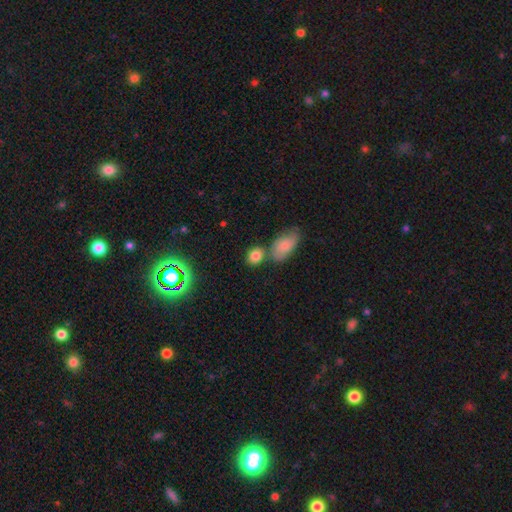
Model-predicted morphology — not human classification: A smooth galaxy with no disk features (82%) that is in between round and cigar-shaped (50%).

Vote fractions:
- Smooth or featured? smooth: 82% / star or artifact: 11% / featured or disk: 7%
- How rounded? in between: 50% / round: 48% / cigar-shaped: 2%
- Merging? none: 62% / merger: 22% / minor disturbance: 12% / major disturbance: 4%